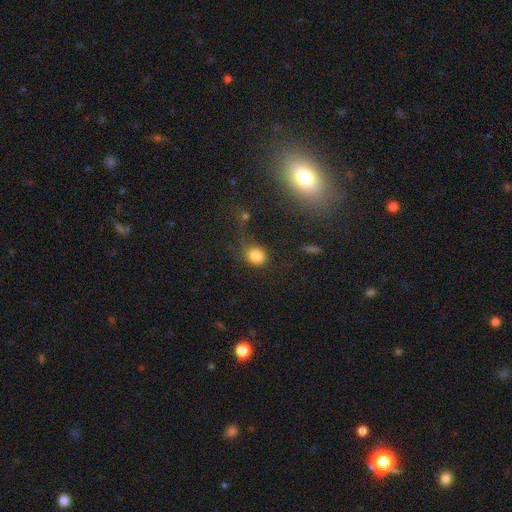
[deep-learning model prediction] This is clearly a smooth galaxy (82%). How rounded: possibly round (57%). Merging: possibly none (47%).